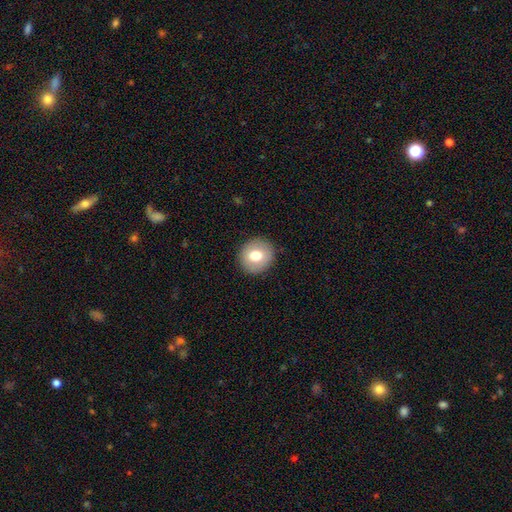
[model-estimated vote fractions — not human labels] Smooth or featured: smooth — 74% (featured or disk — 18%)
How rounded: round — 86% (in between — 13%)
Merging: none — 90% (minor disturbance — 7%)